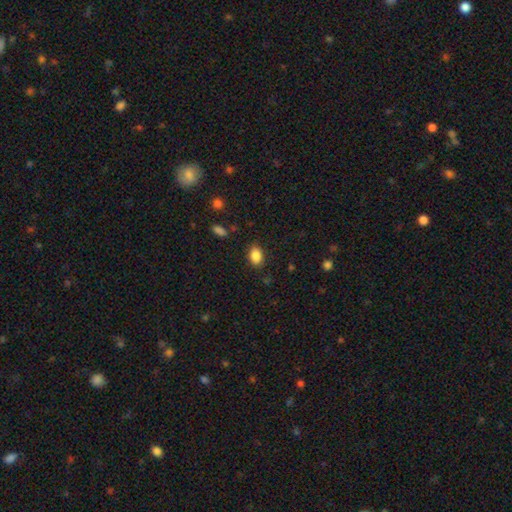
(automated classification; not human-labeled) This appears to be a smooth galaxy with no disk features (86%) that is in between round and cigar-shaped (82%). Merging: none (84%).